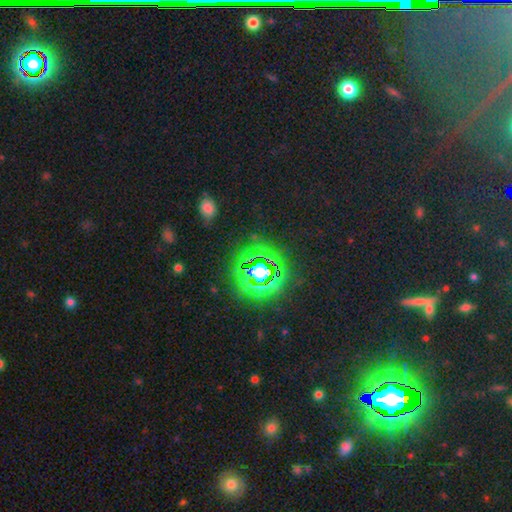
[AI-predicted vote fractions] Smooth or featured? Predicted: star or artifact (p=0.80).